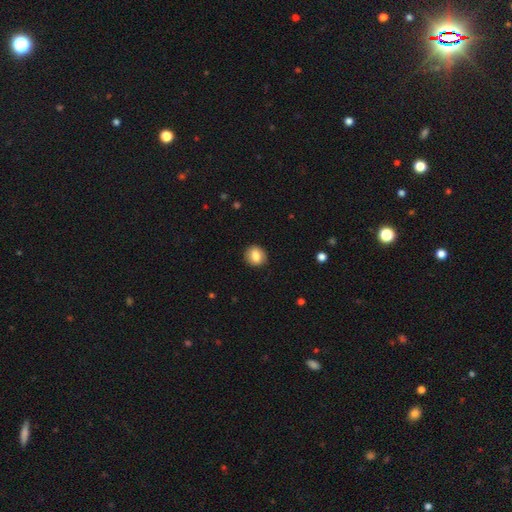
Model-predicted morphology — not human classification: The model was most divided on "how rounded": round: 74%, in between: 24%, cigar-shaped: 1%. More confident: merging — none (90%); smooth or featured — smooth (82%).